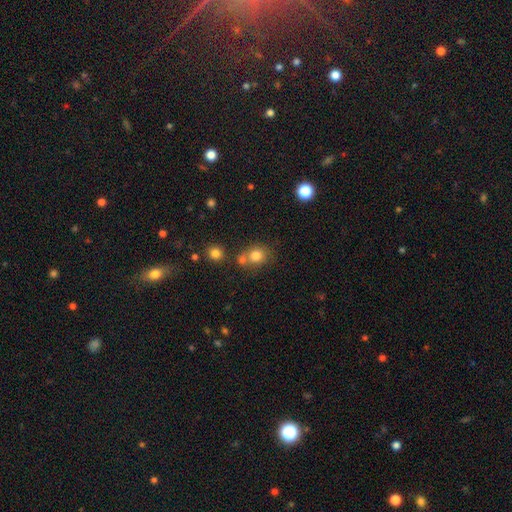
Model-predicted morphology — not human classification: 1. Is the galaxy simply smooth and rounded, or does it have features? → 78% smooth, 13% star or artifact, 9% featured or disk.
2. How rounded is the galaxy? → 75% round, 24% in between, 1% cigar-shaped.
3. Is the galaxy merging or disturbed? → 58% none, 28% merger, 10% minor disturbance, 4% major disturbance.